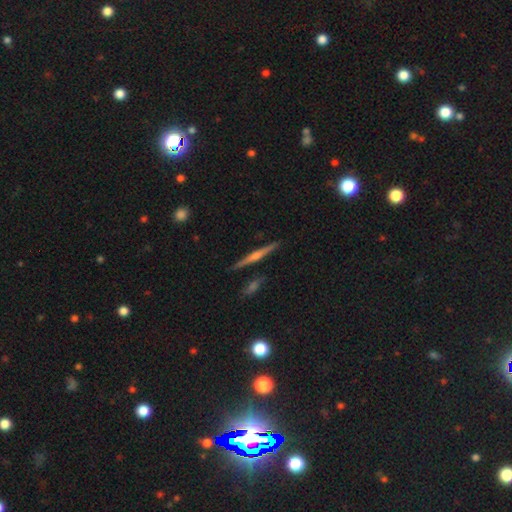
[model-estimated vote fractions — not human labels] Overall: featured or disk (77%). Edge-on disk: yes (98%). Edge-on bulge: rounded (75%). Merging: none (90%).